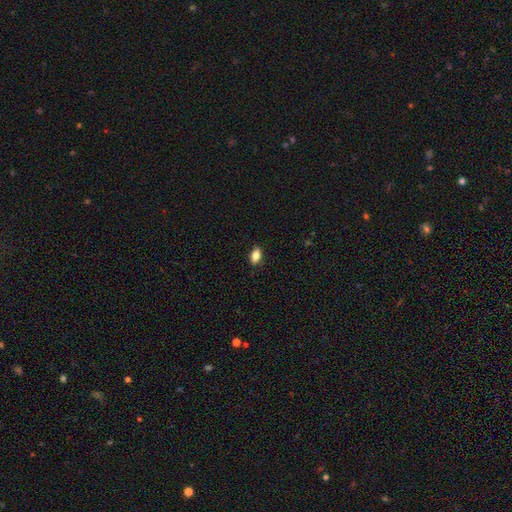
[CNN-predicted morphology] Smooth or featured: smooth — 82% (featured or disk — 9%)
How rounded: in between — 87% (round — 7%)
Merging: none — 88% (minor disturbance — 9%)